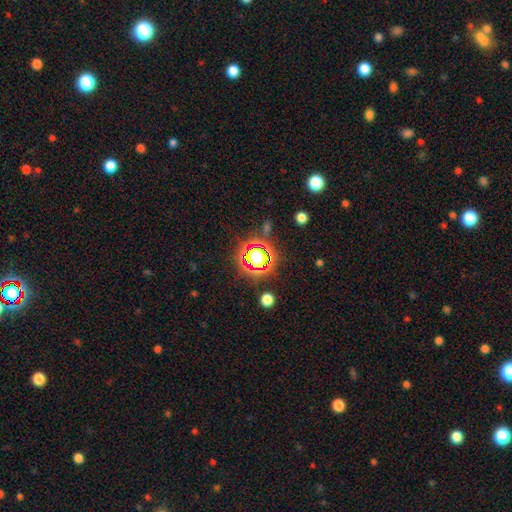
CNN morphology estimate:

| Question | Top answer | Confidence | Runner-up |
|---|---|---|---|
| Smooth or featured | star or artifact | 54% | smooth (33%) |